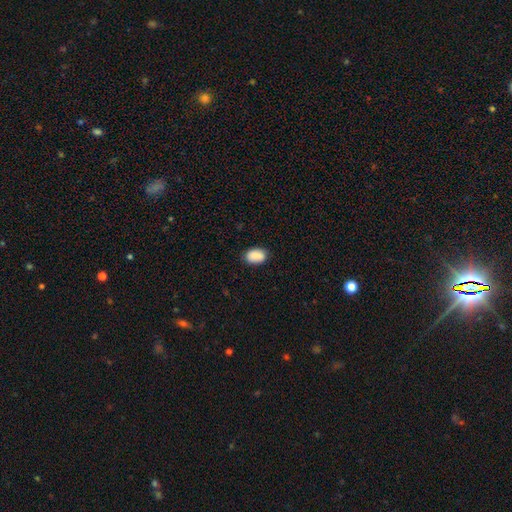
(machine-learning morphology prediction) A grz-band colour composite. It shows a smooth galaxy with no disk features (89%) that is in between round and cigar-shaped (87%). Merging: none (84%).